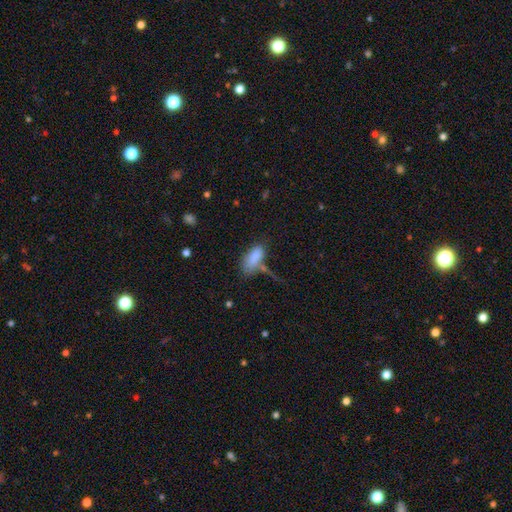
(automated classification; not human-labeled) A smooth galaxy with no disk features (81%) that is in between round and cigar-shaped (87%). Merging: none (47%).